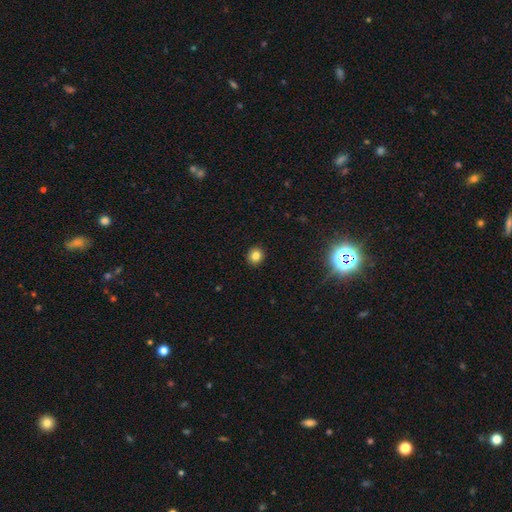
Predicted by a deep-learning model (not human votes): This is clearly a smooth galaxy (81%). How rounded: clearly round (82%). Merging: clearly none (92%).